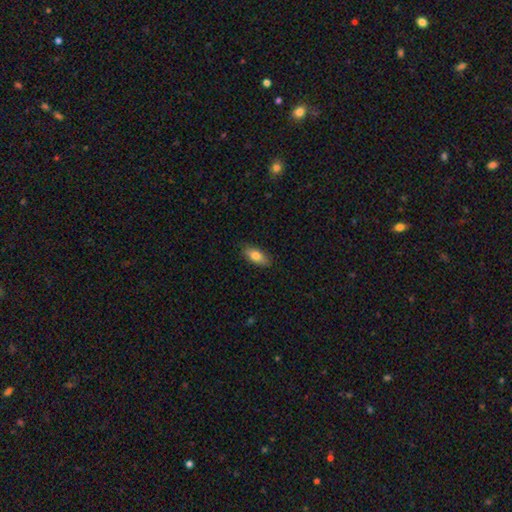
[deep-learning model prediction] smooth-or-featured: smooth: 79% | featured or disk: 14% | star or artifact: 7%
  how-rounded: in between: 85% | cigar-shaped: 11% | round: 3%
  merging: none: 86% | minor disturbance: 11% | major disturbance: 2% | merger: 1%